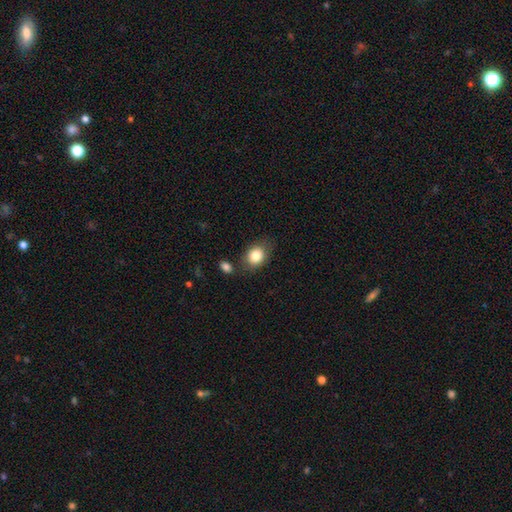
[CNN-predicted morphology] smooth 83%, featured or disk 8%, star or artifact 8%. Down the decision tree: how rounded — in between (59%); merging — none (72%).